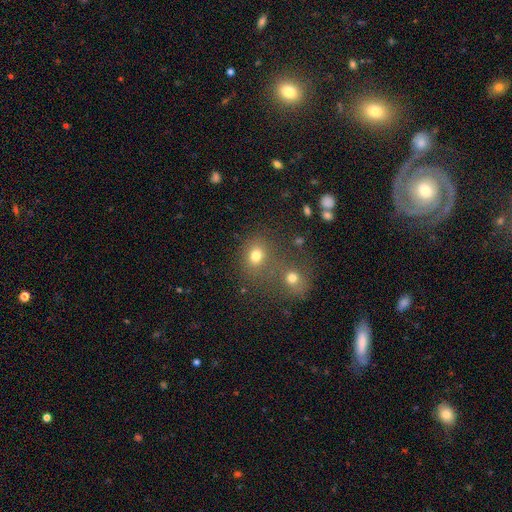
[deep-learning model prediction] The model was most divided on "merging": none: 49%, merger: 37%, minor disturbance: 9%, major disturbance: 5%. More confident: smooth or featured — smooth (73%); how rounded — round (67%).